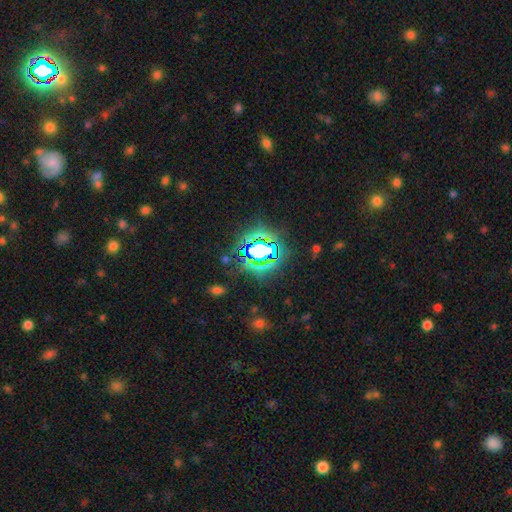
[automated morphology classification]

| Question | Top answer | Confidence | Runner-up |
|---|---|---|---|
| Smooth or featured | star or artifact | 73% | smooth (16%) |